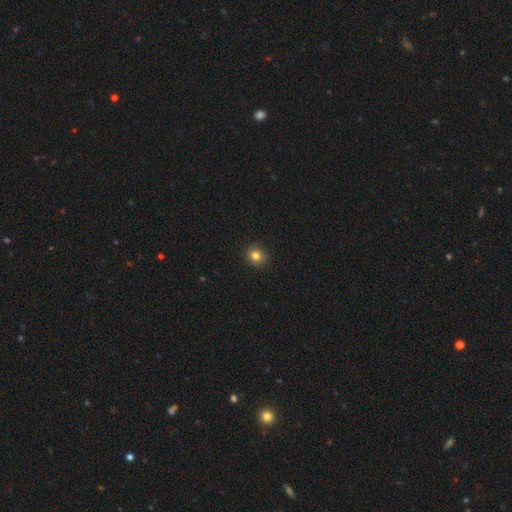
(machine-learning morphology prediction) This is clearly a smooth galaxy (82%). How rounded: clearly round (88%). Merging: clearly none (91%).